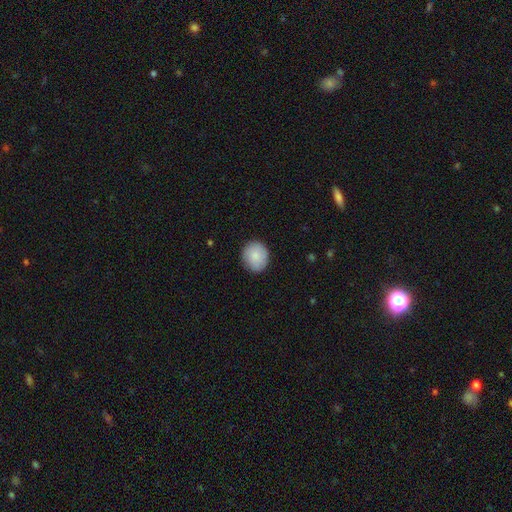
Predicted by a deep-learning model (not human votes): Smooth or featured?
  - smooth: 87% *
  - featured or disk: 7%
  - star or artifact: 6%
How rounded?
  - round: 74% *
  - in between: 25%
  - cigar-shaped: 1%
Merging?
  - none: 87% *
  - minor disturbance: 10%
  - major disturbance: 2%
  - merger: 1%